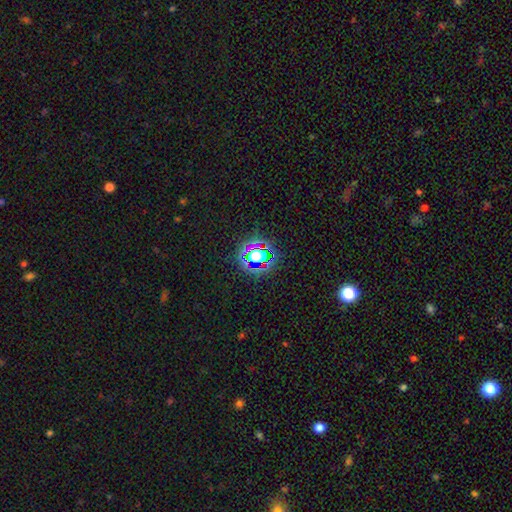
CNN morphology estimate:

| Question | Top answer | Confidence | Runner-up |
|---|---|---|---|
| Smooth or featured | star or artifact | 59% | smooth (29%) |